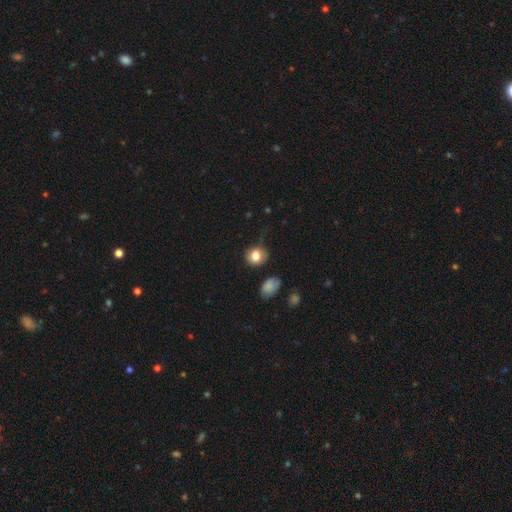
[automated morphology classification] Smooth or featured: smooth — 81% (star or artifact — 10%)
How rounded: round — 75% (in between — 24%)
Merging: none — 63% (minor disturbance — 26%)